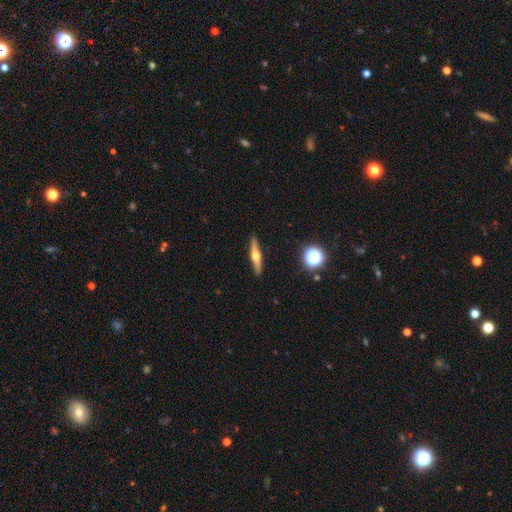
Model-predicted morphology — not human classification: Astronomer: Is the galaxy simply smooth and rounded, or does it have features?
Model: featured or disk — 60%.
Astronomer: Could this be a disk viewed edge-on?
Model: yes — 95%.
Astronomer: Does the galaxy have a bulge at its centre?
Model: rounded — 93%.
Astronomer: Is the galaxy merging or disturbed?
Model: none — 90%.